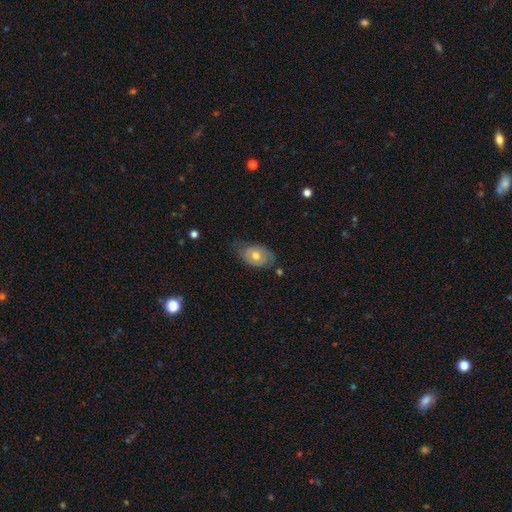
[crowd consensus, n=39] A smooth galaxy with no disk features (49%) that is in between round and cigar-shaped (84%).

Vote fractions:
- Smooth or featured? smooth: 49% / featured or disk: 44% / star or artifact: 8%
- How rounded? in between: 84% / round: 16% / cigar-shaped: 0%
- Merging? none: 58% / minor disturbance: 22% / major disturbance: 17% / merger: 3%